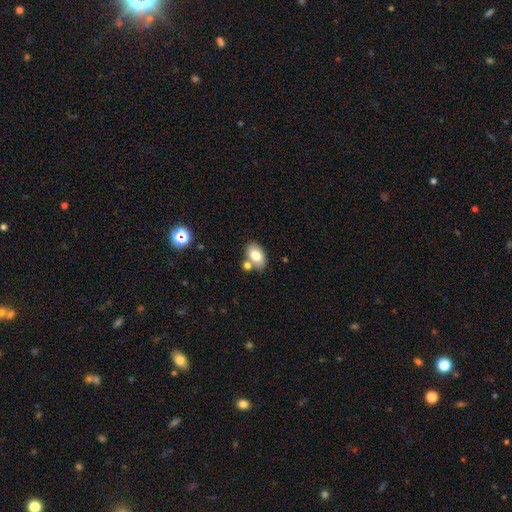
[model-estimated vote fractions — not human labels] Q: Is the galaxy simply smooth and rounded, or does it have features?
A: smooth — 78%.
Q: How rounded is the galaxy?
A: in between — 88%.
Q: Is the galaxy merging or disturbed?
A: none — 65%.